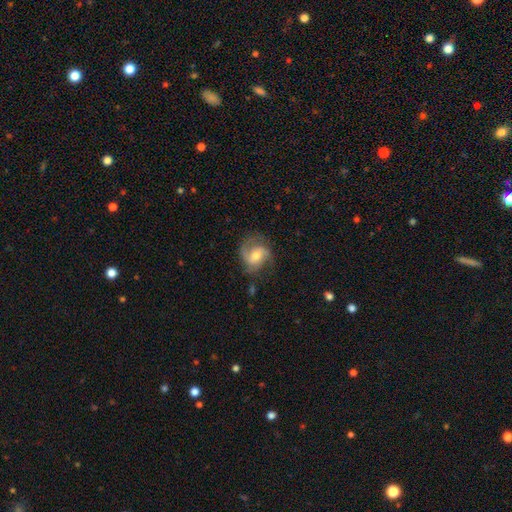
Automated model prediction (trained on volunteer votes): Overall: featured or disk (70%). Edge-on disk: no (97%). Bar: no (46%; weak 42%). Spiral arms: yes (92%). Spiral arm count: 2 (65%). Spiral winding: medium (47%; loose 32%). Bulge size: moderate (61%; small 28%). Merging: none (64%).